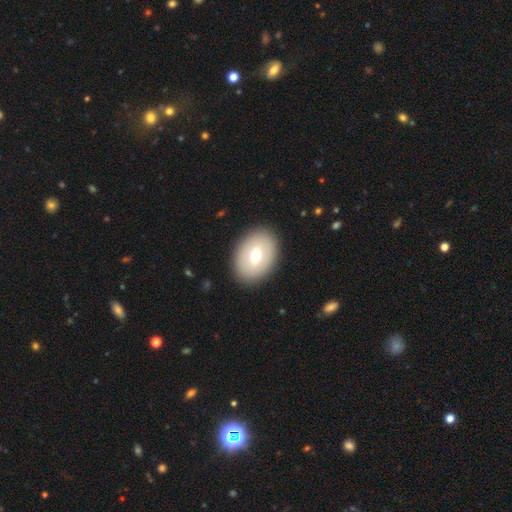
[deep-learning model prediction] Smooth or featured: smooth — 66% (featured or disk — 26%)
How rounded: in between — 75% (round — 24%)
Merging: none — 89% (minor disturbance — 8%)